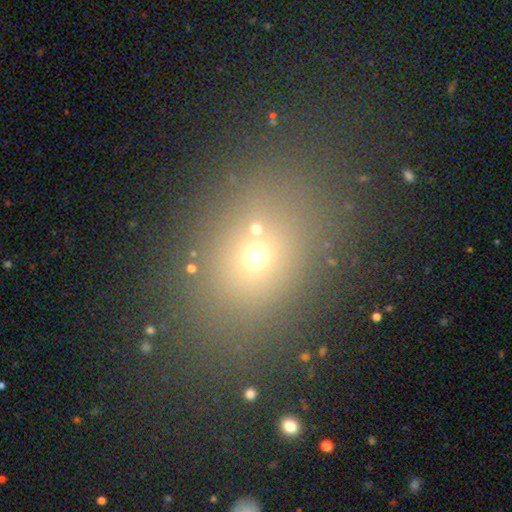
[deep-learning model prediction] A smooth galaxy with no disk features (60%) that is in between round and cigar-shaped (58%). Merging: none (78%).